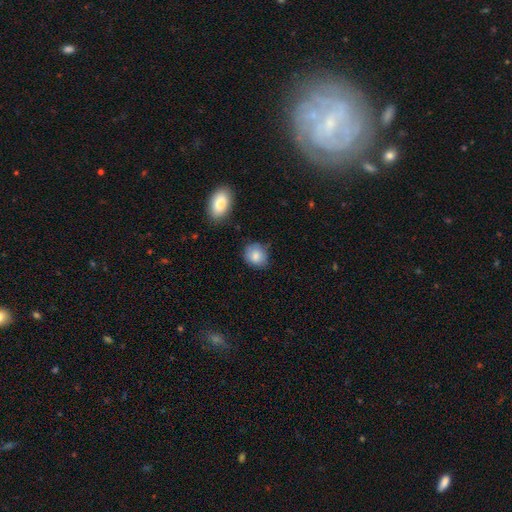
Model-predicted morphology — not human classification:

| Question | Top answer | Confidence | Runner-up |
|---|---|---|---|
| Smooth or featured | smooth | 84% | featured or disk (9%) |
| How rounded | round | 66% | in between (33%) |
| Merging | none | 69% | minor disturbance (24%) |